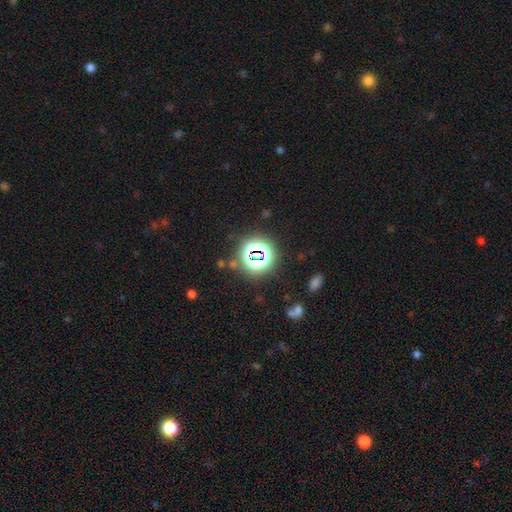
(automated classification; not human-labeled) Smooth or featured: star or artifact — 68% (smooth — 23%)